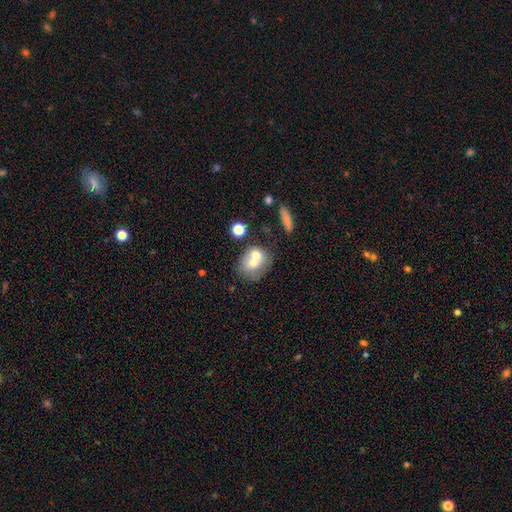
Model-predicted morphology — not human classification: smooth-or-featured: smooth: 61% | featured or disk: 29% | star or artifact: 9%
  how-rounded: round: 60% | in between: 38% | cigar-shaped: 1%
  merging: merger: 57% | none: 28% | minor disturbance: 9% | major disturbance: 5%